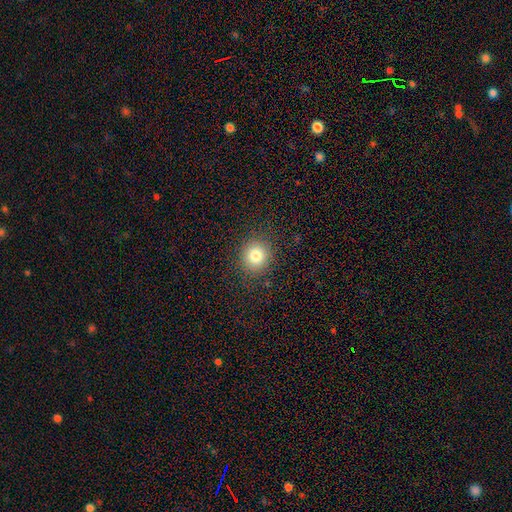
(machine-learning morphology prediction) This is clearly a smooth galaxy (80%). How rounded: clearly round (85%). Merging: clearly none (88%).